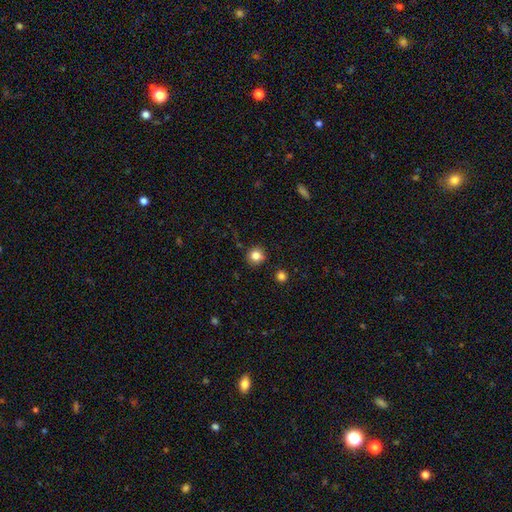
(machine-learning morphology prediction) The model was most divided on "smooth or featured": smooth: 83%, star or artifact: 12%, featured or disk: 5%. More confident: how rounded — round (91%); merging — none (88%).